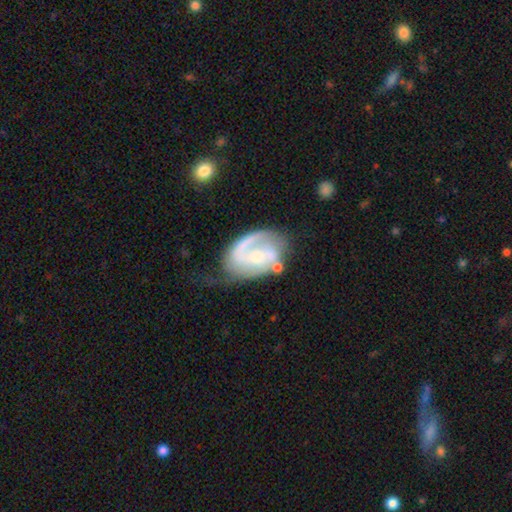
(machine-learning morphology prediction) A featured or disk galaxy (83%) with no bar (48%), 2 (55%) medium (44%) spiral arms (92%) and a small central bulge (51%). Merging: none (47%).